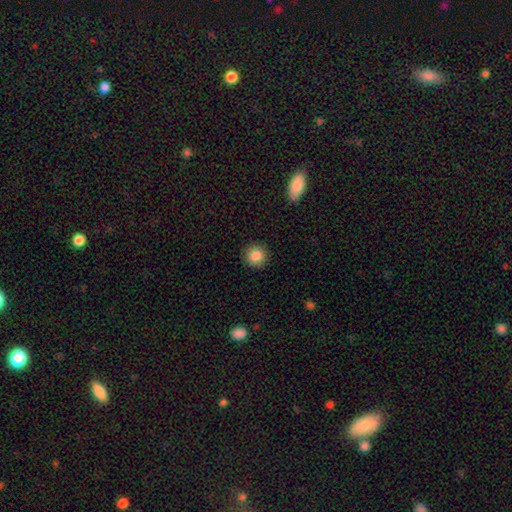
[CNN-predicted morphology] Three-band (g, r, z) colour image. It shows a smooth galaxy with no disk features (86%) that is round (94%). Merging: none (92%).